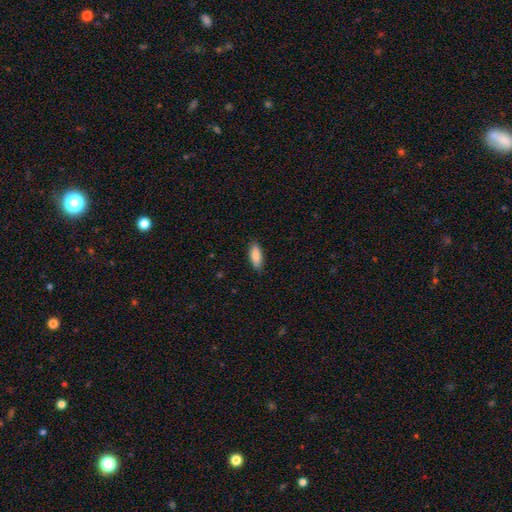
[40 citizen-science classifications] This appears to be a smooth galaxy with no disk features (85%) that is in between round and cigar-shaped (62%). Merging: none (78%).